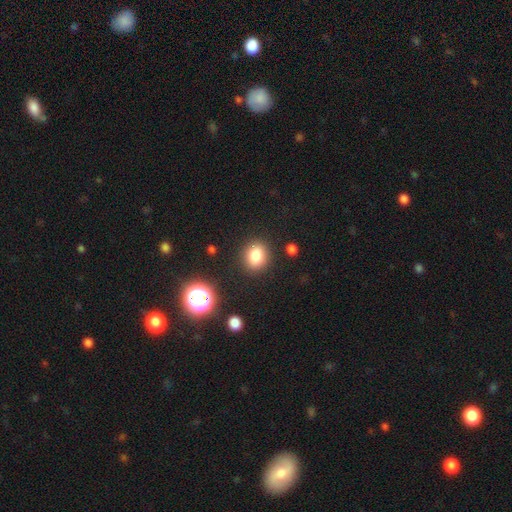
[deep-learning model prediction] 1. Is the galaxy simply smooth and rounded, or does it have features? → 81% smooth, 12% star or artifact, 7% featured or disk.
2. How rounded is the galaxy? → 60% round, 39% in between, 1% cigar-shaped.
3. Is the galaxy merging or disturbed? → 87% none, 8% minor disturbance, 3% major disturbance, 2% merger.